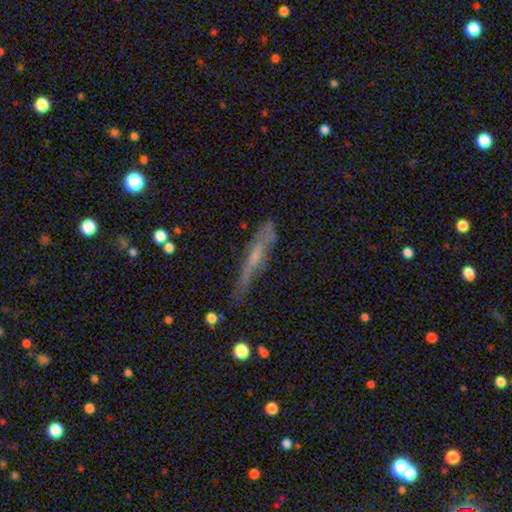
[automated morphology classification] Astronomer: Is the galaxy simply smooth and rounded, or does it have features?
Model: featured or disk — 50% (runner-up: smooth, 40%).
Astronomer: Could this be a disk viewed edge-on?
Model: yes — 73%.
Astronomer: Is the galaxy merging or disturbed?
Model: none — 56%.